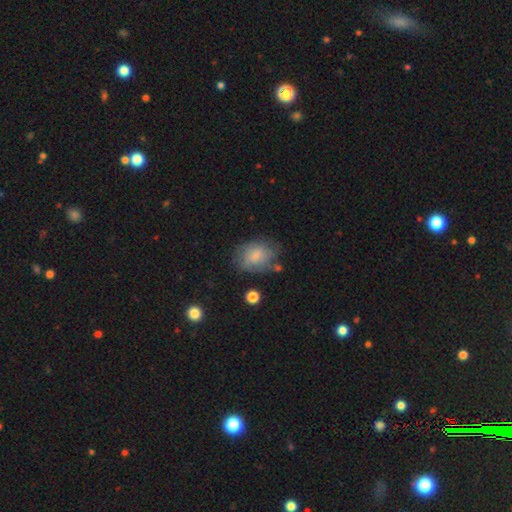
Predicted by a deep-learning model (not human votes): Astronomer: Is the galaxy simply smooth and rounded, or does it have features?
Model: smooth — 64%.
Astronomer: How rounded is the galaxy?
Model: in between — 64%.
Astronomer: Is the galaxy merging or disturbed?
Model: none — 56%.